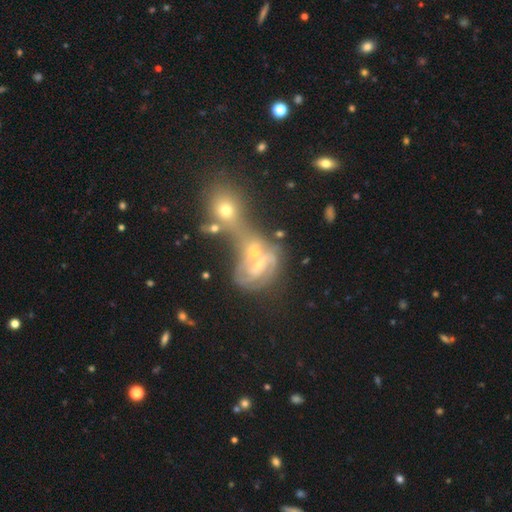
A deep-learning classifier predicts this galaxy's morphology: This appears to be a featured or disk galaxy (69%) with a weak bar (41%), 2 (37%) tight (47%) spiral arms (81%) and a small central bulge (57%). Merging: merger (52%).